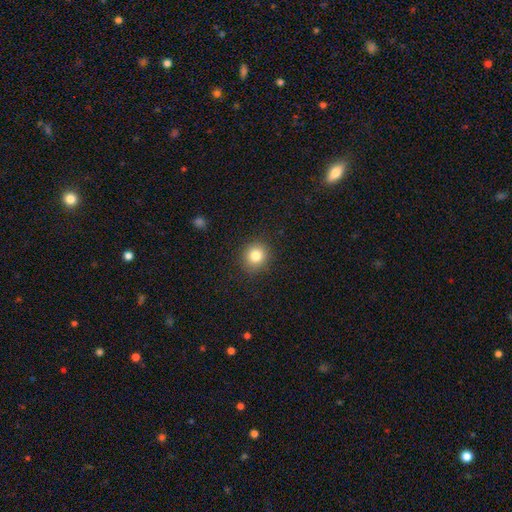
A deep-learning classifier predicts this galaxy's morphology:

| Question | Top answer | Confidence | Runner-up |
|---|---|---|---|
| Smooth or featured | smooth | 82% | star or artifact (11%) |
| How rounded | round | 87% | in between (12%) |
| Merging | none | 89% | minor disturbance (7%) |